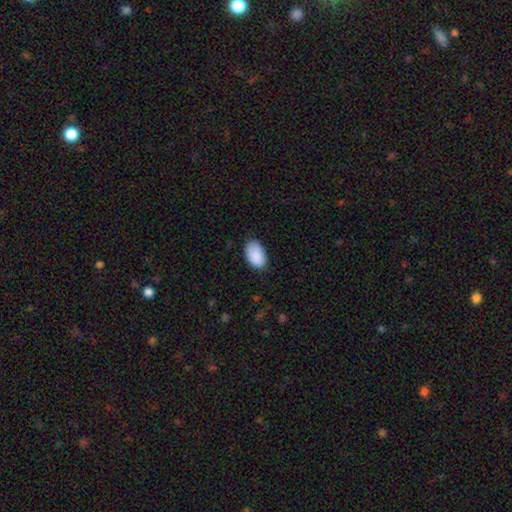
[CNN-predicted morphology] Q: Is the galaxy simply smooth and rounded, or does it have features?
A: smooth — 90%.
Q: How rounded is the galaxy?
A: in between — 94%.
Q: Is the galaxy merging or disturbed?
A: none — 80%.